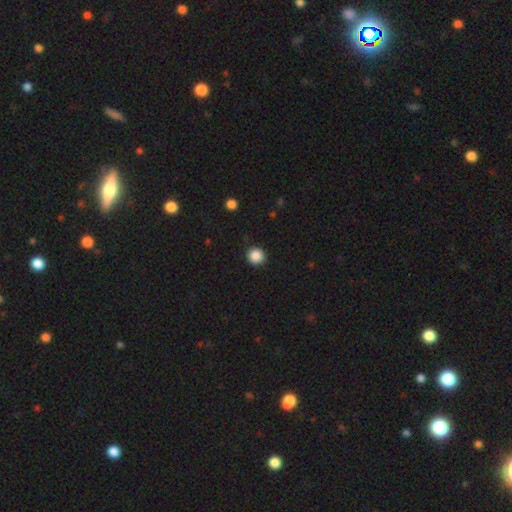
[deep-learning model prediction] Smooth or featured: smooth — 87% (star or artifact — 10%)
How rounded: round — 92% (in between — 7%)
Merging: none — 91% (minor disturbance — 6%)